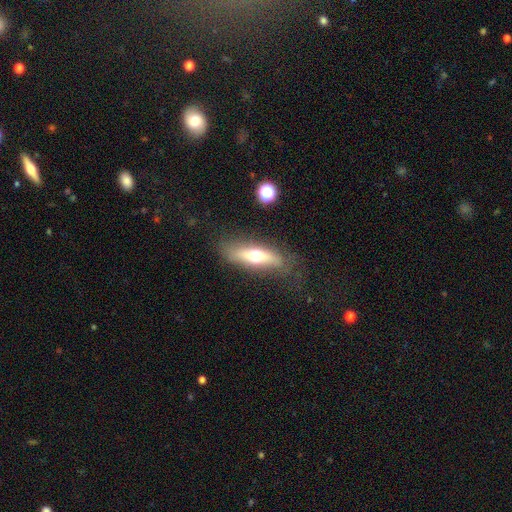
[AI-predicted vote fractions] Overall: smooth (53%; featured or disk 40%). How rounded: cigar-shaped (57%; in between 40%). Merging: none (74%).